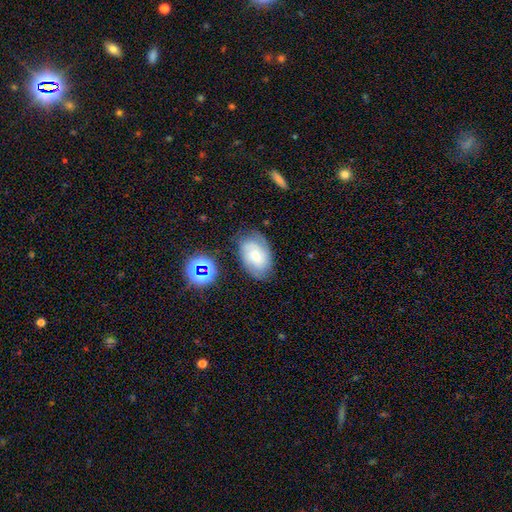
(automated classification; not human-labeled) This is possibly a featured or disk galaxy (46%). Merging: likely none (71%).